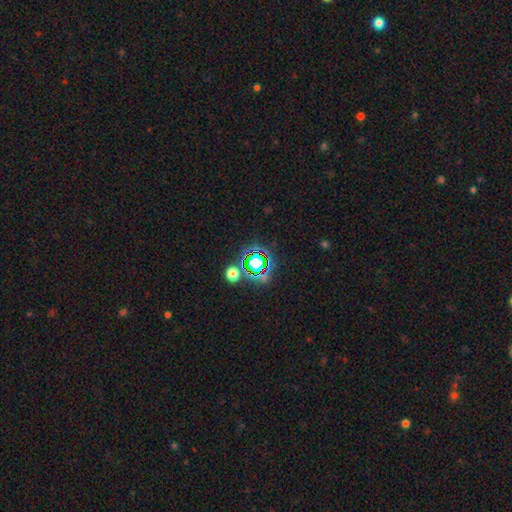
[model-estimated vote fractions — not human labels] A star or artifact, not a galaxy (65%).

Vote fractions:
- Smooth or featured? star or artifact: 65% / smooth: 24% / featured or disk: 11%